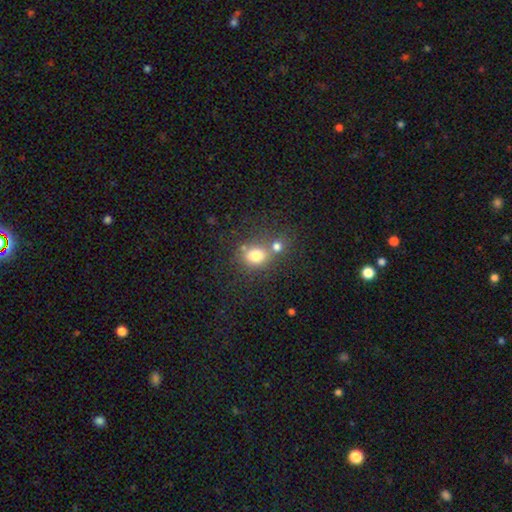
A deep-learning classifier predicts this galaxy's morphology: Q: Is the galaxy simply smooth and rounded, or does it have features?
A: smooth — 76%.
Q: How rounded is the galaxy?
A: round — 63%.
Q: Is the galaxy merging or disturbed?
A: none — 49%.